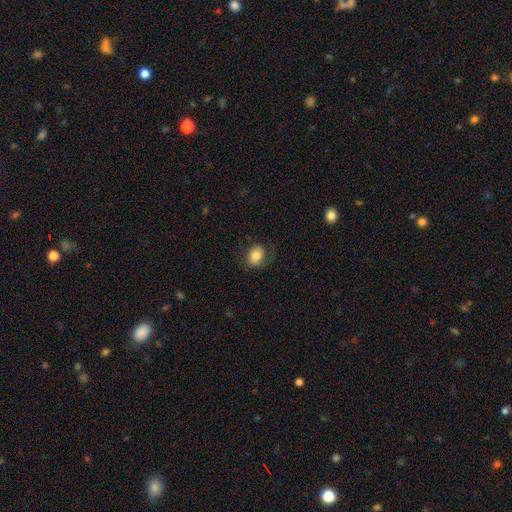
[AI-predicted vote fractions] smooth_or_featured: smooth (p=0.71) [alt: featured or disk p=0.20]
how_rounded: round (p=0.52) [alt: in between p=0.47]
merging: none (p=0.65) [alt: minor disturbance p=0.19]